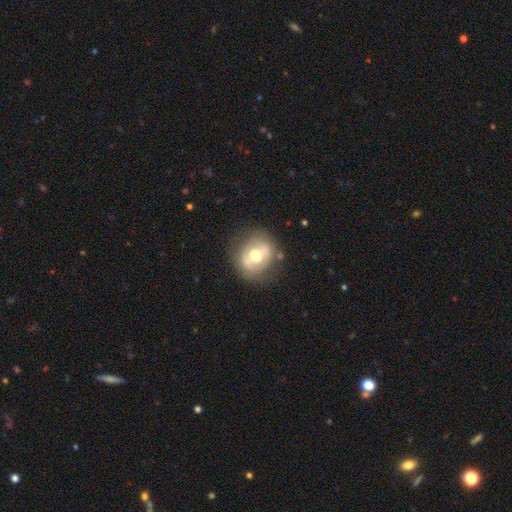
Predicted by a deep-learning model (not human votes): smooth 47%, featured or disk 45%, star or artifact 8%. Down the decision tree: merging — none (74%).